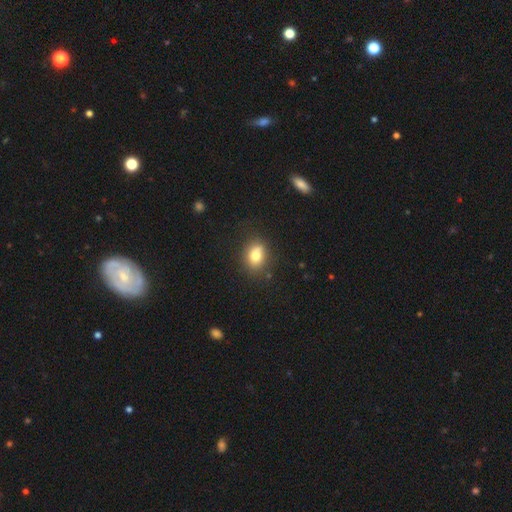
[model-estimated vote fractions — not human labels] This is likely a smooth galaxy (78%). How rounded: likely in between (64%). Merging: likely none (78%).